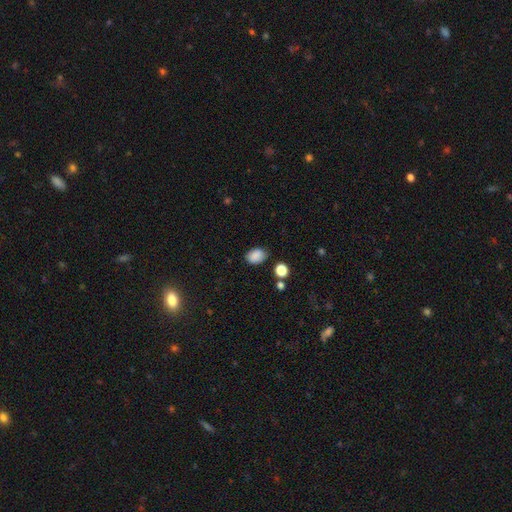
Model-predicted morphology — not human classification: type=smooth (86%); roundness=in between (76%); merging=none (78%).